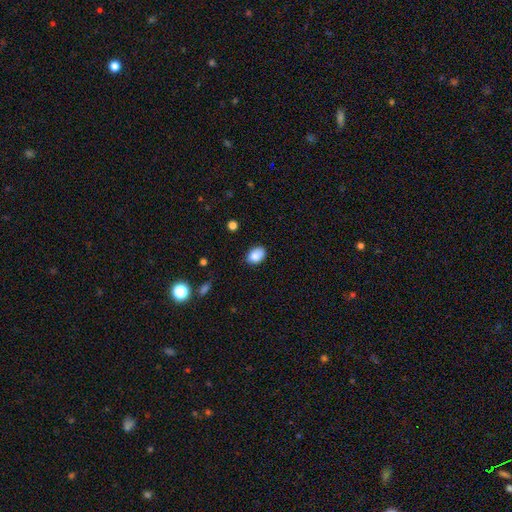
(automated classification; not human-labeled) This appears to be a smooth galaxy with no disk features (87%) that is in between round and cigar-shaped (85%). Merging: none (82%).